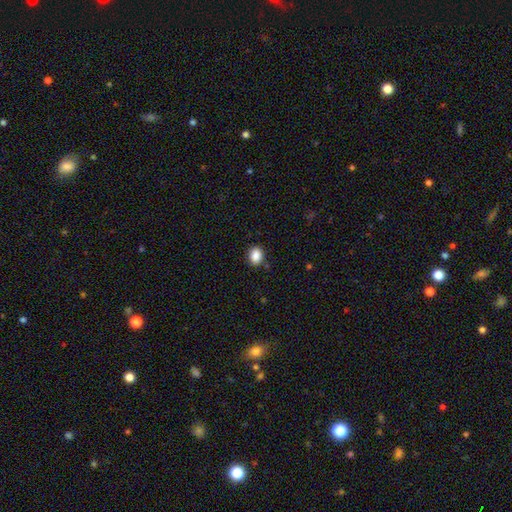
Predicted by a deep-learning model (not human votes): A smooth galaxy with no disk features (88%) that is in between round and cigar-shaped (53%). Merging: none (87%).